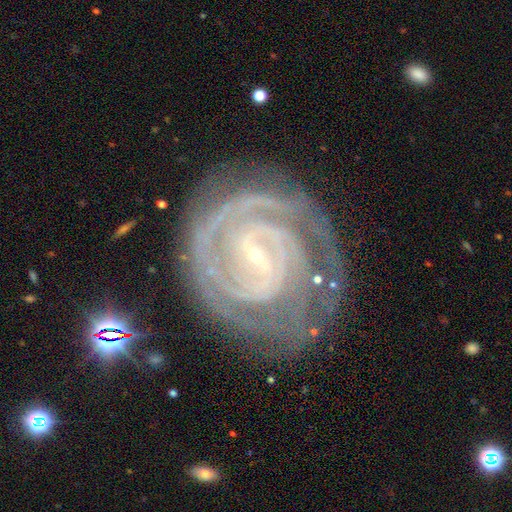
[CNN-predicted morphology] A featured or disk galaxy (90%) with a weak bar (41%), 2 (34%) tight (81%) spiral arms (98%) and a small central bulge (87%).

Vote fractions:
- Smooth or featured? featured or disk: 90% / star or artifact: 5% / smooth: 5%
- Edge-on disk? no: 97% / yes: 3%
- Bar? weak: 41% / strong: 36% / no: 23%
- Spiral arms? yes: 98% / no: 2%
- Spiral winding? tight: 81% / medium: 17% / loose: 2%
- Spiral arm count? 2: 34% / can't tell: 21% / 3: 20% / 4: 12% / more than 4: 7% / 1: 6%
- Bulge size? small: 87% / moderate: 9% / none: 3% / large: 1% / dominant: 1%
- Merging? none: 74% / minor disturbance: 17% / major disturbance: 7% / merger: 2%